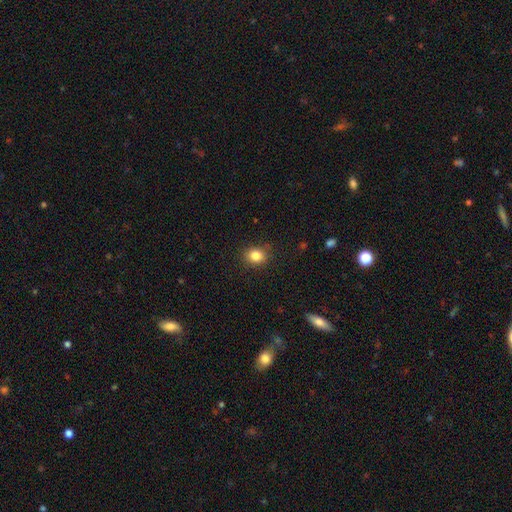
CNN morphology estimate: smooth-or-featured: smooth: 84% | star or artifact: 10% | featured or disk: 5%
  how-rounded: round: 63% | in between: 36% | cigar-shaped: 1%
  merging: none: 86% | minor disturbance: 11% | major disturbance: 3% | merger: 1%